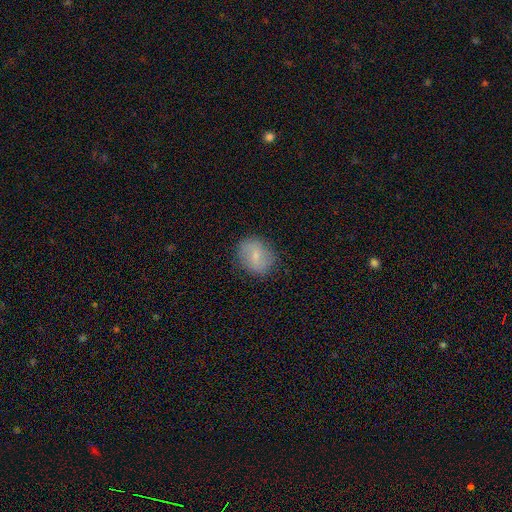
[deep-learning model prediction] Smooth or featured? smooth (66%)
How rounded? round (56%)
Merging? none (83%)